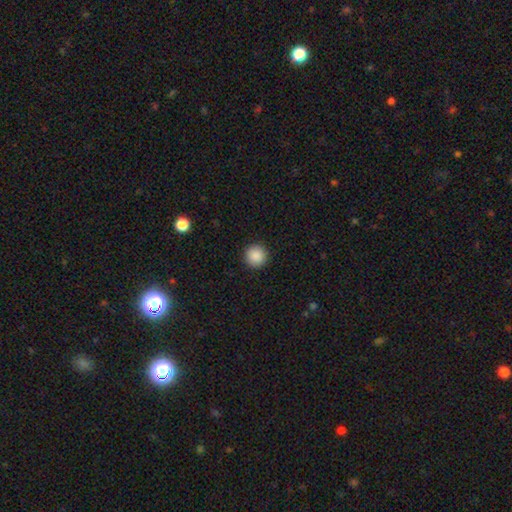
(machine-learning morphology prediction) Smooth or featured? smooth (89%)
How rounded? round (95%)
Merging? none (93%)